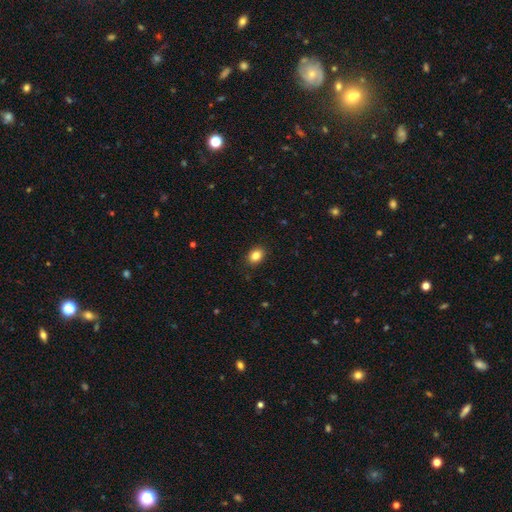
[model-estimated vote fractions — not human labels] This is clearly a smooth galaxy (84%). How rounded: likely in between (60%). Merging: clearly none (90%).